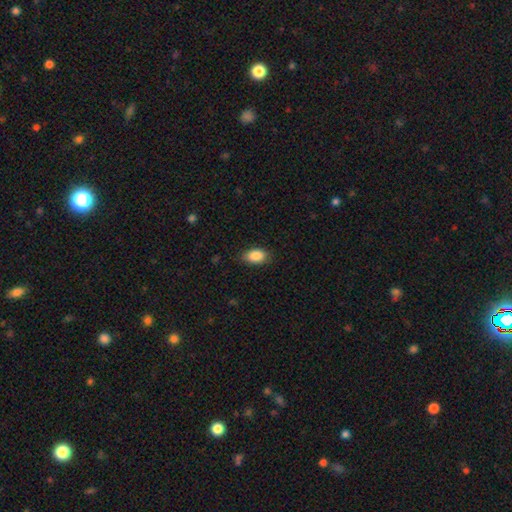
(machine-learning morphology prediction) type=smooth (87%); roundness=in between (89%); merging=none (80%).